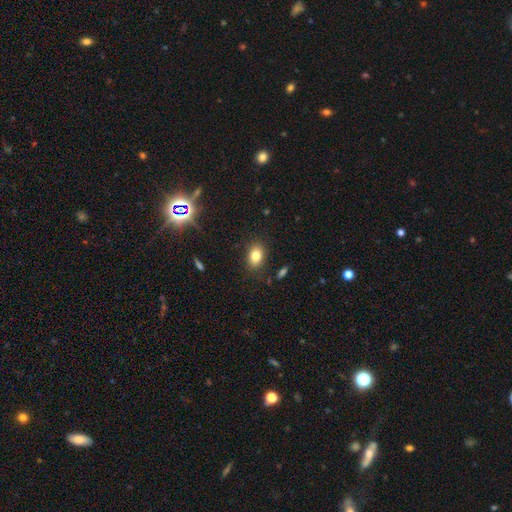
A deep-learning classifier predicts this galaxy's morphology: smooth 81%, star or artifact 11%, featured or disk 9%. Down the decision tree: how rounded — in between (79%); merging — none (85%).